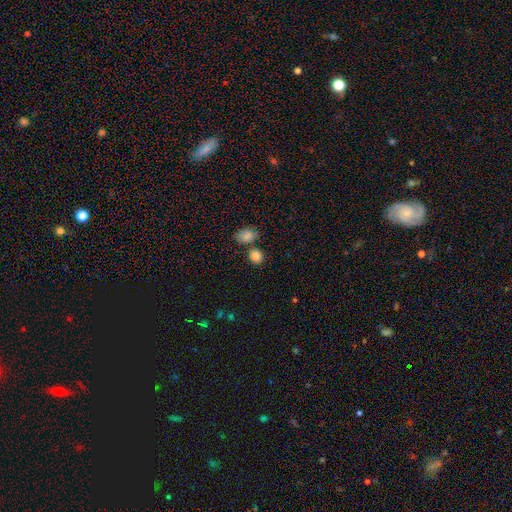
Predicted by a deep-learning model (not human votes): Smooth or featured? smooth (84%)
How rounded? round (76%)
Merging? none (72%)